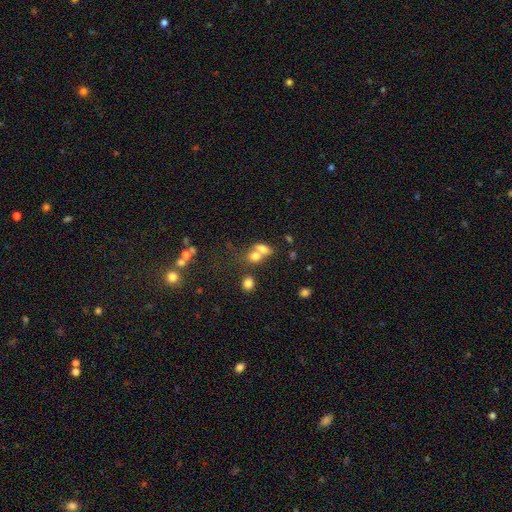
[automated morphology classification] Smooth or featured?
  - smooth: 70% *
  - featured or disk: 16%
  - star or artifact: 14%
How rounded?
  - in between: 53% *
  - round: 44%
  - cigar-shaped: 3%
Merging?
  - merger: 59% *
  - none: 28%
  - minor disturbance: 8%
  - major disturbance: 5%